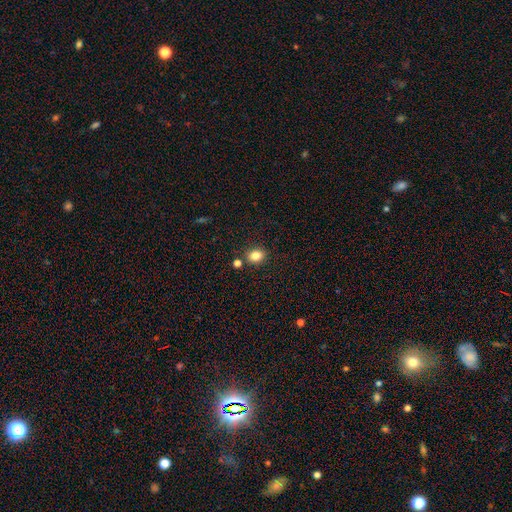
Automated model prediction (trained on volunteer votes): smooth-or-featured: smooth: 83% | star or artifact: 11% | featured or disk: 6%
  how-rounded: round: 50% | in between: 49% | cigar-shaped: 1%
  merging: none: 81% | minor disturbance: 9% | merger: 7% | major disturbance: 2%